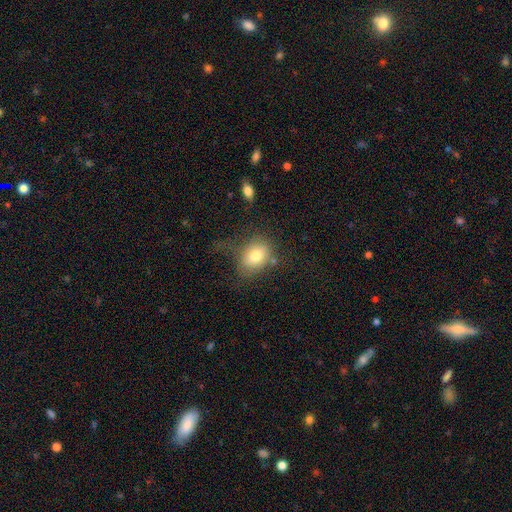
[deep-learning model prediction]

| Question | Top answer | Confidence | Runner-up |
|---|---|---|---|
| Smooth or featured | smooth | 75% | featured or disk (15%) |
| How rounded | in between | 63% | round (36%) |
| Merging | none | 53% | minor disturbance (25%) |